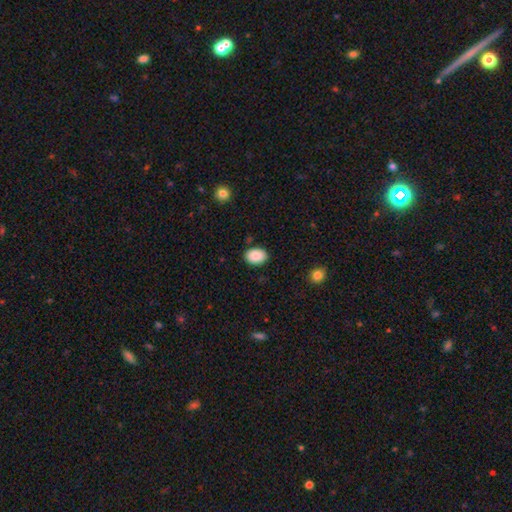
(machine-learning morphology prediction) Smooth or featured?
  - smooth: 90% *
  - star or artifact: 7%
  - featured or disk: 3%
How rounded?
  - in between: 76% *
  - round: 23%
  - cigar-shaped: 1%
Merging?
  - none: 87% *
  - minor disturbance: 9%
  - major disturbance: 2%
  - merger: 1%